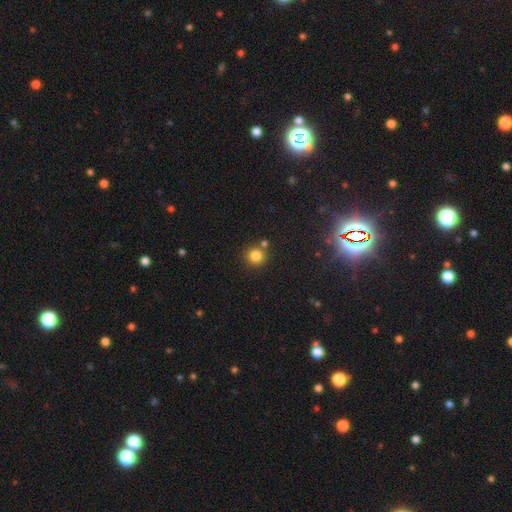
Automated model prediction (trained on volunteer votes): A smooth galaxy with no disk features (82%) that is round (93%).

Vote fractions:
- Smooth or featured? smooth: 82% / star or artifact: 12% / featured or disk: 6%
- How rounded? round: 93% / in between: 6% / cigar-shaped: 1%
- Merging? none: 76% / merger: 13% / minor disturbance: 8% / major disturbance: 3%